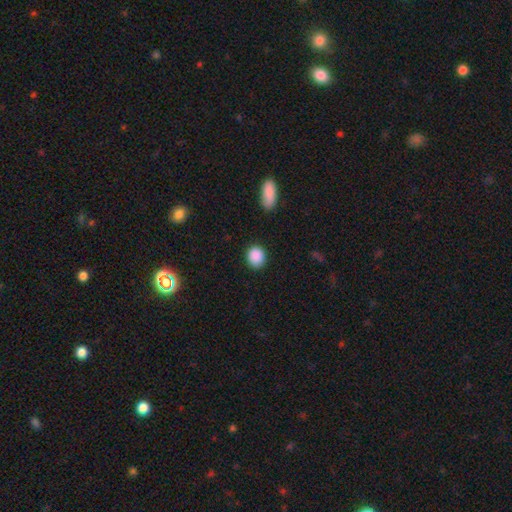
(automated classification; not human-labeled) This appears to be a smooth galaxy with no disk features (89%) that is round (73%). Merging: none (88%).